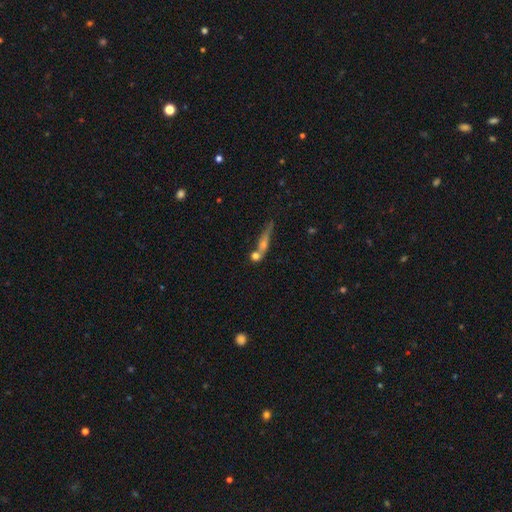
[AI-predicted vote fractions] A smooth galaxy with no disk features (55%) that is cigar-shaped (44%). Merging: merger (46%).